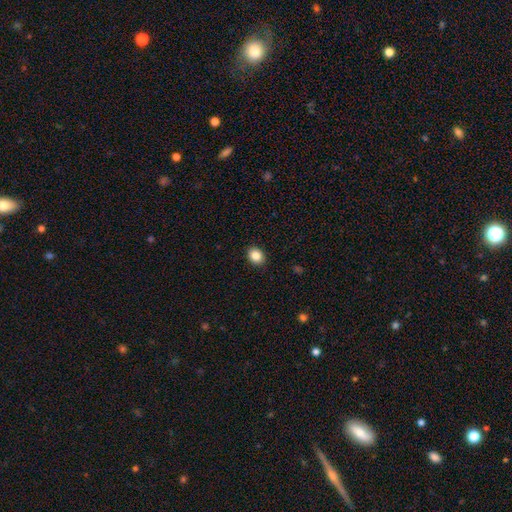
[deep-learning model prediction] smooth_or_featured: smooth (p=0.86) [alt: star or artifact p=0.09]
how_rounded: in between (p=0.51) [alt: round p=0.48]
merging: none (p=0.90) [alt: minor disturbance p=0.07]